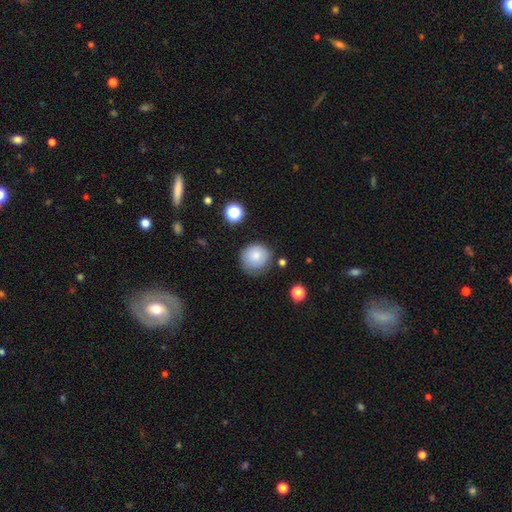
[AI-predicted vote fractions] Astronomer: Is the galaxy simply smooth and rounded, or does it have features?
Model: smooth — 82%.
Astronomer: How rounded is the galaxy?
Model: round — 90%.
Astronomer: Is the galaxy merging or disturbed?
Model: none — 76%.